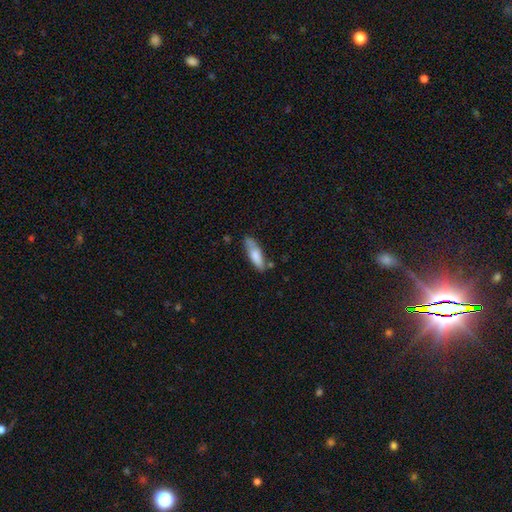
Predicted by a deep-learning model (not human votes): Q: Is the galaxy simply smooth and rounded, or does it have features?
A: smooth — 78%.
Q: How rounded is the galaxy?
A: in between — 51%.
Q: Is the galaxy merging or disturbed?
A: none — 64%.